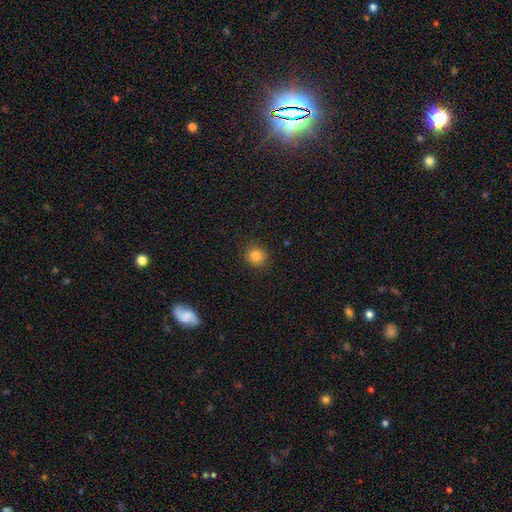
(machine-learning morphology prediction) Smooth or featured: smooth — 84% (star or artifact — 11%)
How rounded: round — 84% (in between — 15%)
Merging: none — 88% (minor disturbance — 8%)